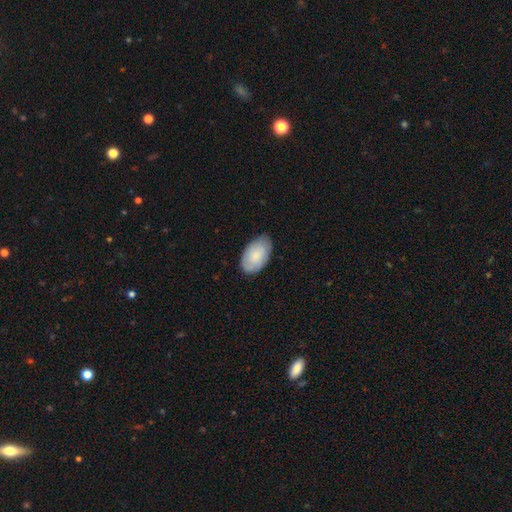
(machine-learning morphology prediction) smooth-or-featured: smooth: 78% | featured or disk: 16% | star or artifact: 6%
  how-rounded: in between: 95% | round: 4% | cigar-shaped: 1%
  merging: none: 79% | minor disturbance: 17% | major disturbance: 3% | merger: 1%